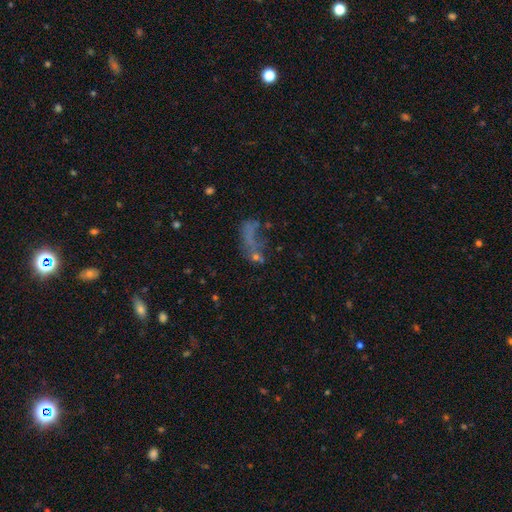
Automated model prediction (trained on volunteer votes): smooth-or-featured: smooth: 41% | featured or disk: 34% | star or artifact: 25%
  merging: major disturbance: 37% | none: 30% | merger: 20% | minor disturbance: 13%